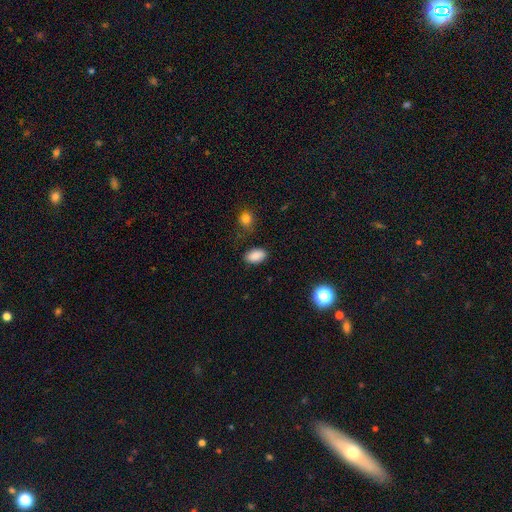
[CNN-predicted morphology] Smooth or featured: smooth — 87% (star or artifact — 9%)
How rounded: in between — 91% (round — 8%)
Merging: none — 81% (minor disturbance — 13%)